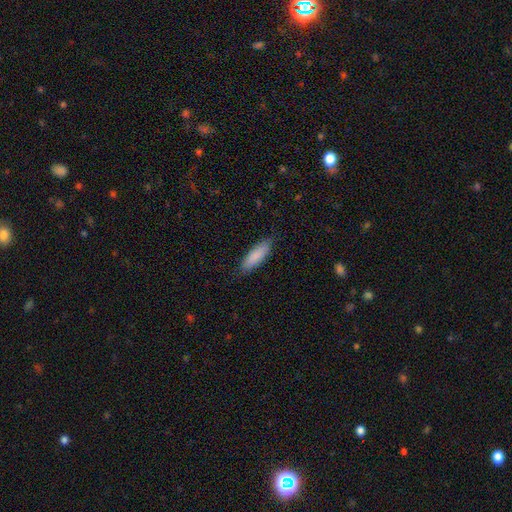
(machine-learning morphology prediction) Q: Smooth or featured?
A: smooth (86%); runner-up: featured or disk (8%)
Q: How rounded?
A: cigar-shaped (49%); tied with: in between (49%)
Q: Merging?
A: none (85%); runner-up: minor disturbance (12%)